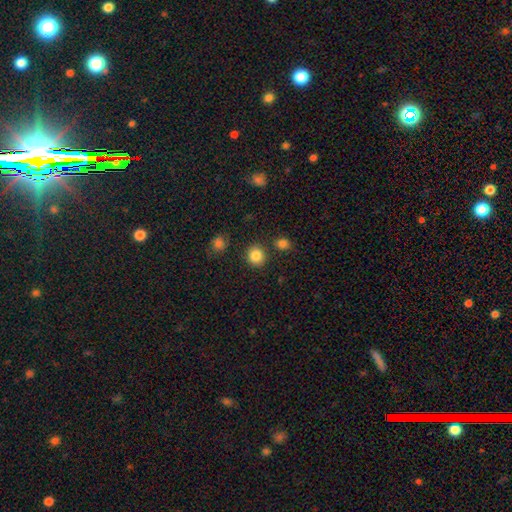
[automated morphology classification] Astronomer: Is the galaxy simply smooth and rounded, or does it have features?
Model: smooth — 86%.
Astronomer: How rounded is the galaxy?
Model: round — 89%.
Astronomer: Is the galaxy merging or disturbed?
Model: none — 87%.